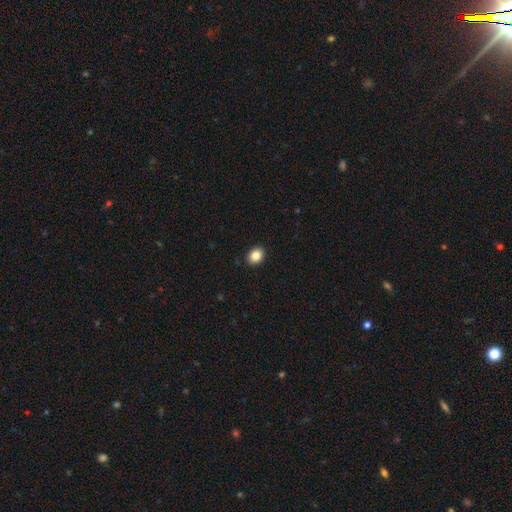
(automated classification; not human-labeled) Q: Smooth or featured?
A: smooth (86%); runner-up: star or artifact (9%)
Q: How rounded?
A: in between (55%); runner-up: round (44%)
Q: Merging?
A: none (91%); runner-up: minor disturbance (7%)